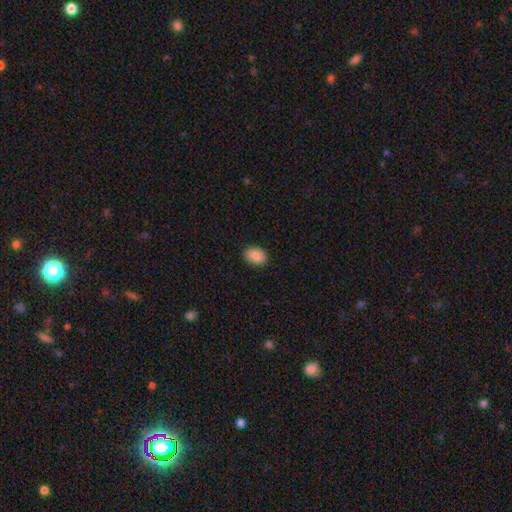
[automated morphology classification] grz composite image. It shows a smooth galaxy with no disk features (87%) that is in between round and cigar-shaped (82%). Merging: none (88%).